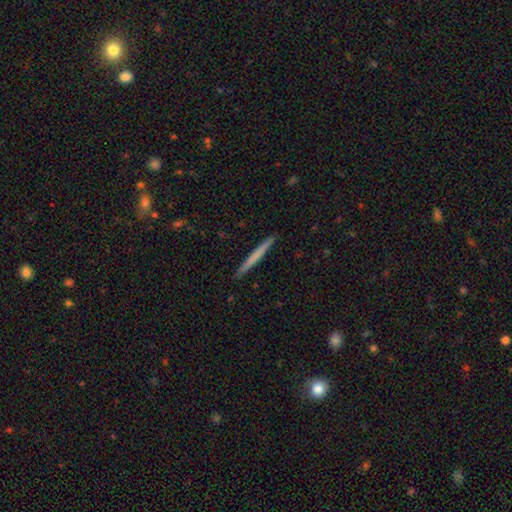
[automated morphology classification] This appears to be a smooth galaxy with no disk features (60%) that is cigar-shaped (97%). Merging: none (93%).